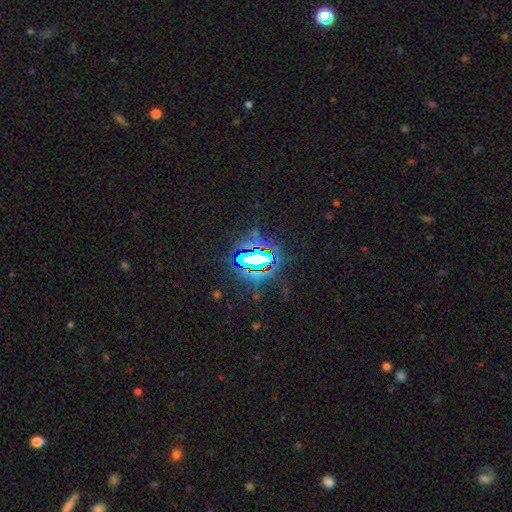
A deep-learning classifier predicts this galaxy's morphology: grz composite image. It shows a star or artifact, not a galaxy (79%).